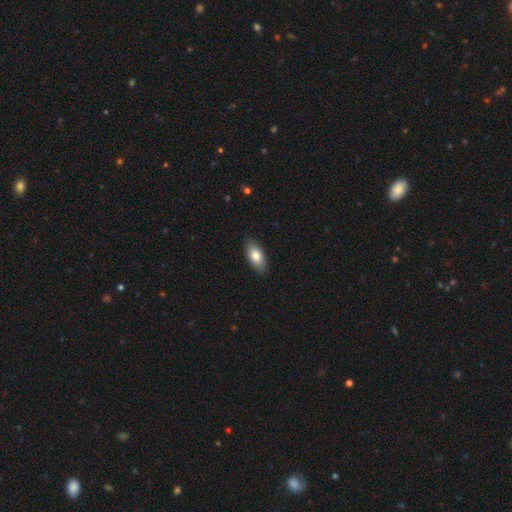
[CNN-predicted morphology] Smooth or featured: smooth — 80% (featured or disk — 14%)
How rounded: in between — 89% (cigar-shaped — 7%)
Merging: none — 87% (minor disturbance — 10%)